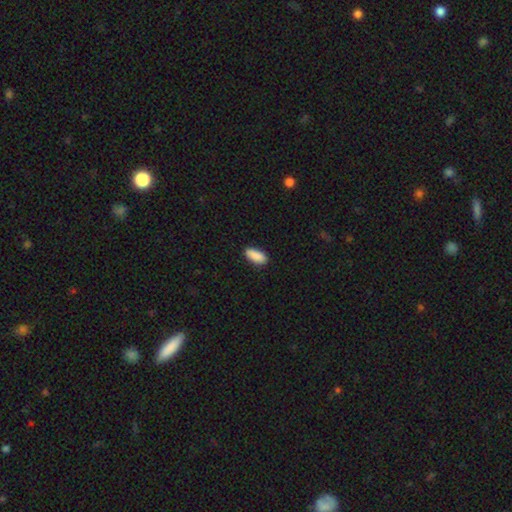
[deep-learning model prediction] Overall: smooth (90%). How rounded: in between (81%). Merging: none (87%).